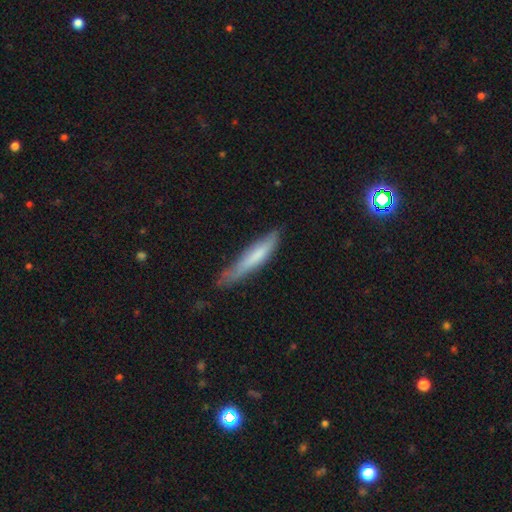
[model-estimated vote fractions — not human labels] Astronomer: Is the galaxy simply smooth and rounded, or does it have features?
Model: smooth — 65%.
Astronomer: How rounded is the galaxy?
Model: cigar-shaped — 88%.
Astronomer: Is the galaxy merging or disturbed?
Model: none — 60%.